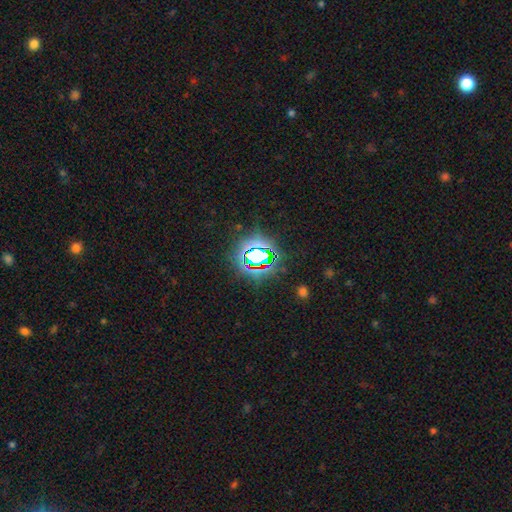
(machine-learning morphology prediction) smooth-or-featured: star or artifact: 74% | smooth: 15% | featured or disk: 11%